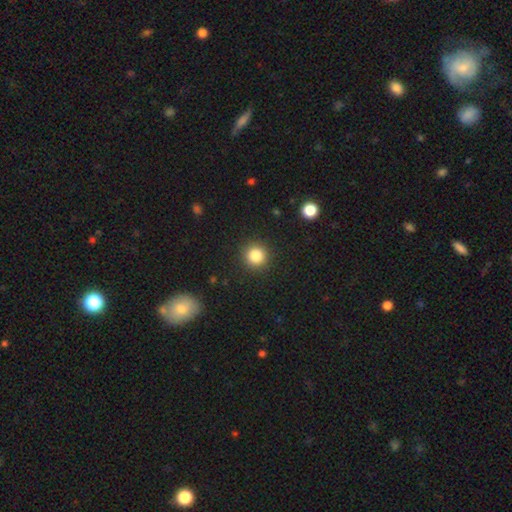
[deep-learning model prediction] Smooth or featured? smooth (84%)
How rounded? round (94%)
Merging? none (91%)